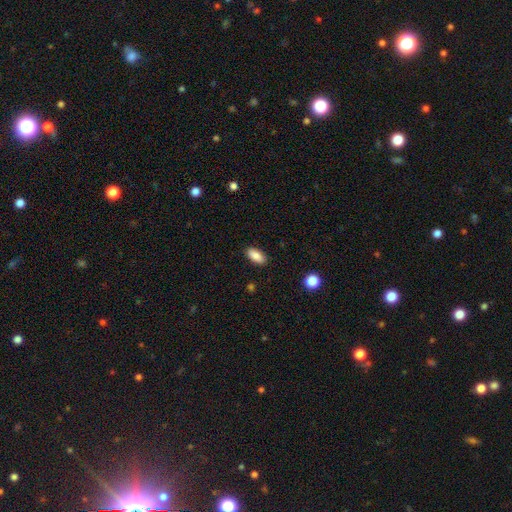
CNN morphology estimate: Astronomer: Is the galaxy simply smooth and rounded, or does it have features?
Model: smooth — 86%.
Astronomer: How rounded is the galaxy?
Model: in between — 89%.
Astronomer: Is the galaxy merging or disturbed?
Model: none — 88%.